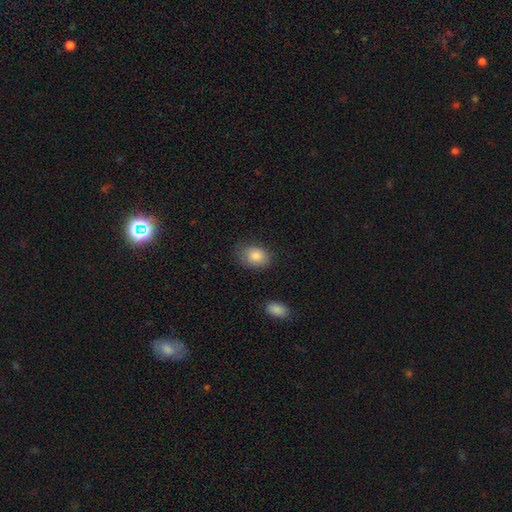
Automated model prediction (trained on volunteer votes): This is clearly a smooth galaxy (84%). How rounded: likely in between (73%). Merging: likely none (72%).